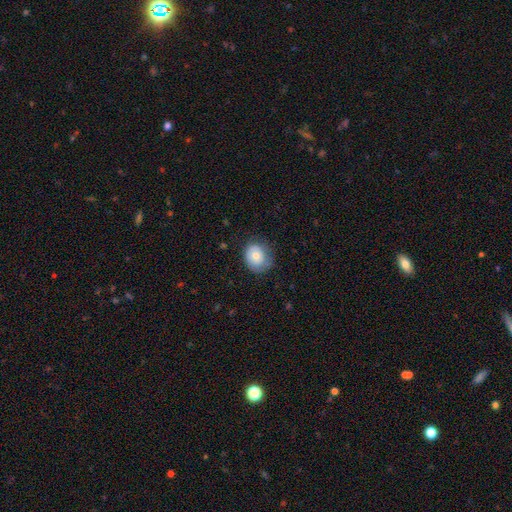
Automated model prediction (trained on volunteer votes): A smooth galaxy with no disk features (71%) that is round (64%). Merging: none (65%).